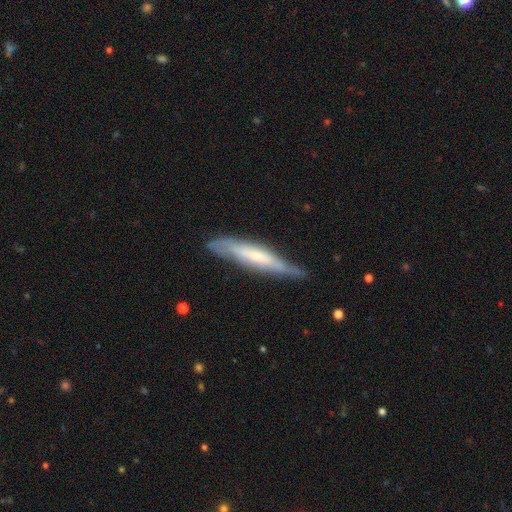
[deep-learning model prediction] Q: Smooth or featured?
A: featured or disk (59%); runner-up: smooth (34%)
Q: Edge-on disk?
A: yes (75%); runner-up: no (25%)
Q: Merging?
A: none (72%); runner-up: minor disturbance (22%)